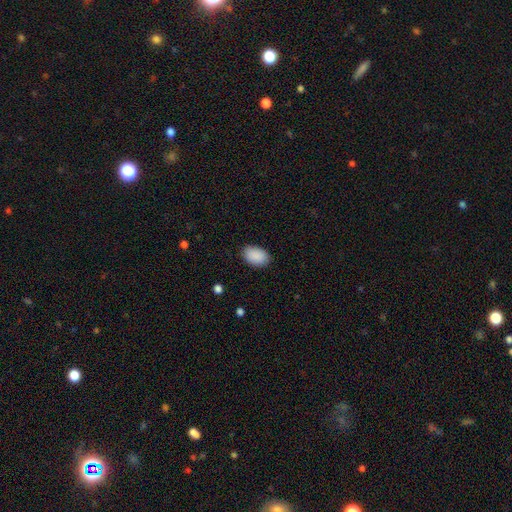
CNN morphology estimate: This is clearly a smooth galaxy (91%). How rounded: clearly in between (91%). Merging: clearly none (86%).